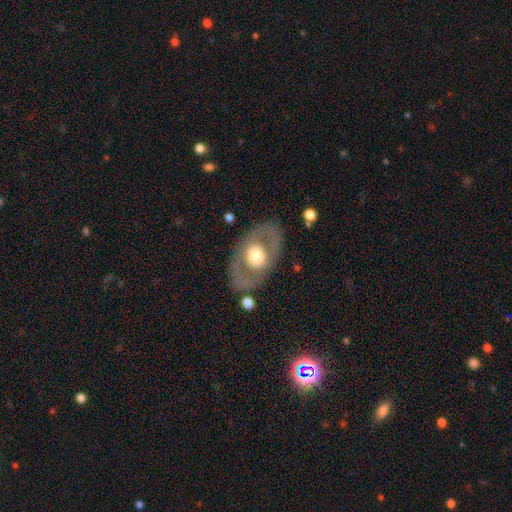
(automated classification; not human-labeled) Morphology: type=featured or disk (53%); edge-on=no (89%); merging=none (79%).